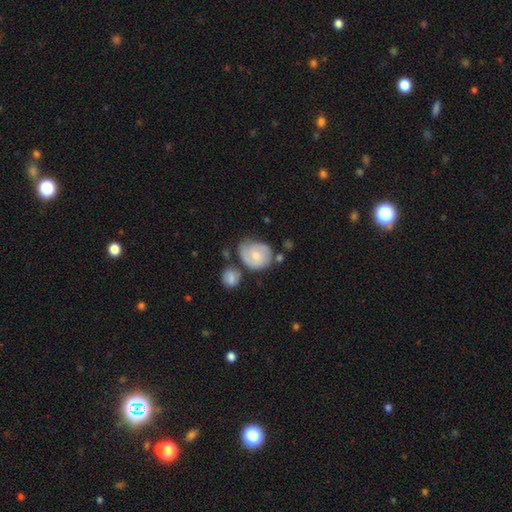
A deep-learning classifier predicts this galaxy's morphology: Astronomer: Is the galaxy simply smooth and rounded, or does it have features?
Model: featured or disk — 49% (runner-up: smooth, 45%).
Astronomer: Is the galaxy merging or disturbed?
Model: none — 49% (runner-up: minor disturbance, 28%).